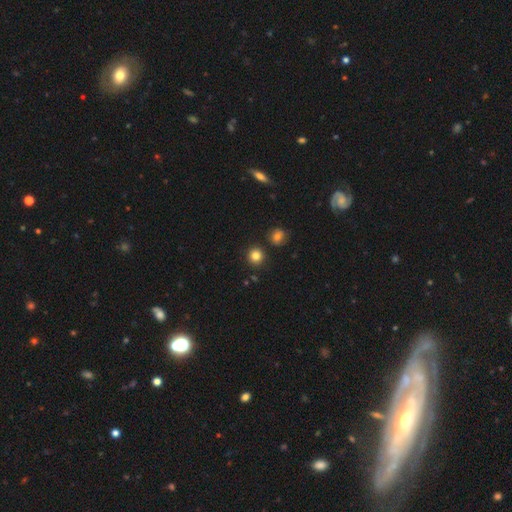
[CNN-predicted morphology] Overall: smooth (82%). How rounded: round (93%). Merging: none (88%).